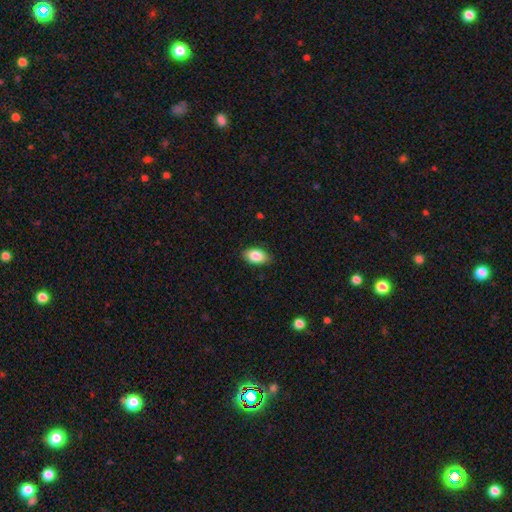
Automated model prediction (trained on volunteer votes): The model was most divided on "merging": none: 86%, minor disturbance: 11%, major disturbance: 2%, merger: 1%. More confident: how rounded — in between (92%); smooth or featured — smooth (85%).